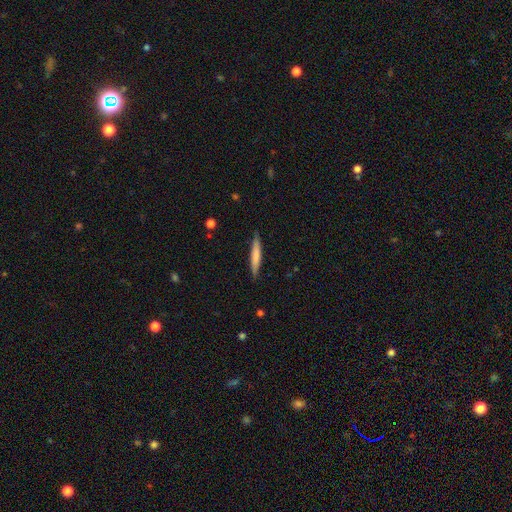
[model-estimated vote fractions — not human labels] A smooth galaxy with no disk features (67%) that is cigar-shaped (94%).

Vote fractions:
- Smooth or featured? smooth: 67% / featured or disk: 28% / star or artifact: 5%
- How rounded? cigar-shaped: 94% / in between: 5% / round: 1%
- Merging? none: 87% / minor disturbance: 10% / major disturbance: 2% / merger: 1%